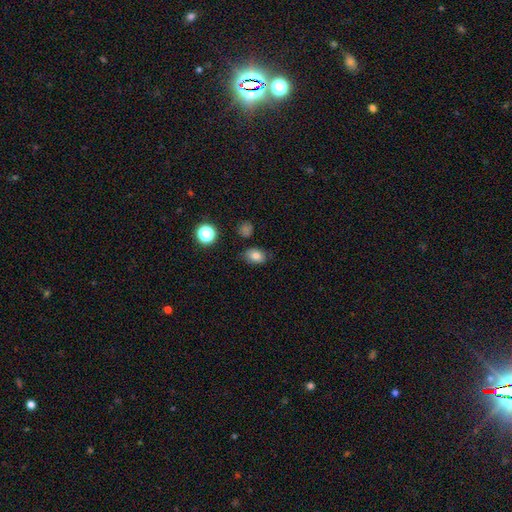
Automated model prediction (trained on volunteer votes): The model was most divided on "how rounded": in between: 72%, round: 26%, cigar-shaped: 1%. More confident: smooth or featured — smooth (79%); merging — none (77%).